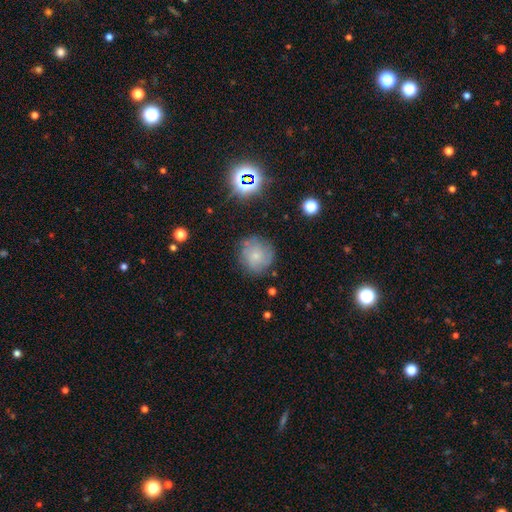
Volunteers were most divided on "smooth or featured": smooth: 50%, featured or disk: 42%, star or artifact: 8%. More confident: how rounded — round (84%); merging — none (71%).